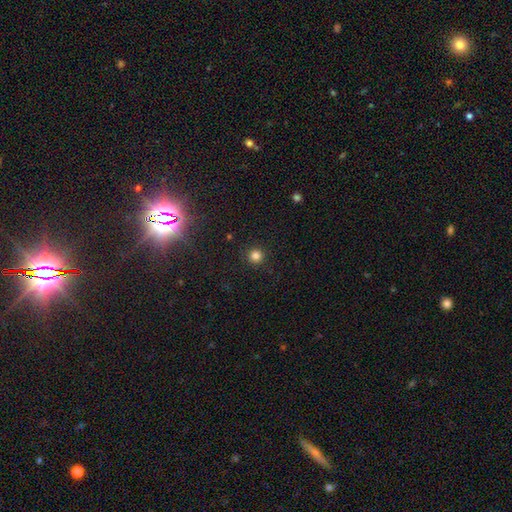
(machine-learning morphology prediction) smooth_or_featured: smooth (p=0.82) [alt: star or artifact p=0.14]
how_rounded: round (p=0.95) [alt: in between p=0.04]
merging: none (p=0.92) [alt: minor disturbance p=0.05]